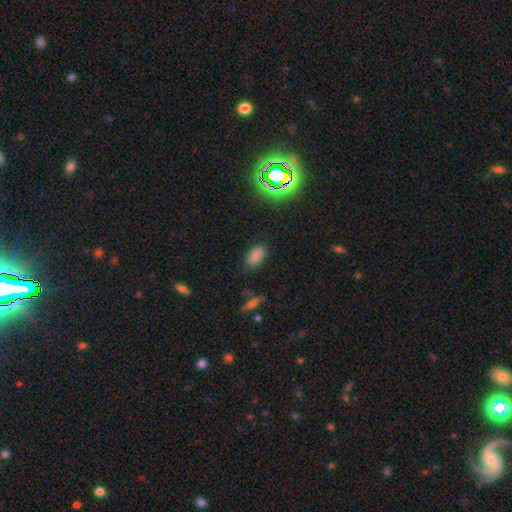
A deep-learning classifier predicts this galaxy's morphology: smooth-or-featured: smooth: 78% | star or artifact: 17% | featured or disk: 5%
  how-rounded: in between: 92% | round: 5% | cigar-shaped: 3%
  merging: none: 80% | minor disturbance: 14% | major disturbance: 4% | merger: 2%